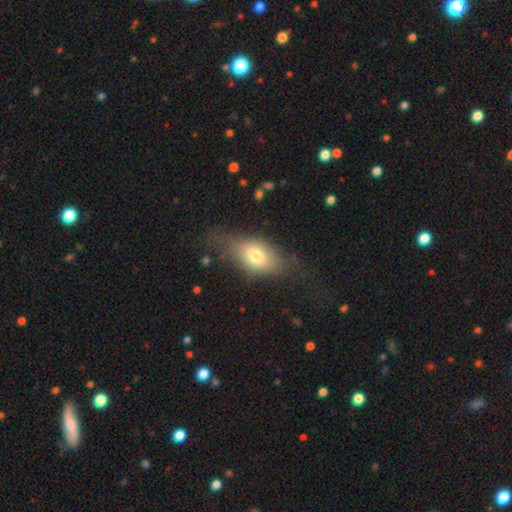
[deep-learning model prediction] Morphology: type=smooth (71%); roundness=in between (84%); merging=none (51%).